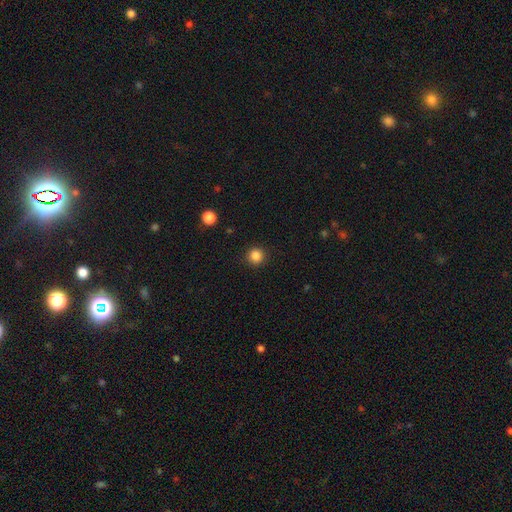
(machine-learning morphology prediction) This is clearly a smooth galaxy (85%). How rounded: clearly round (95%). Merging: clearly none (92%).